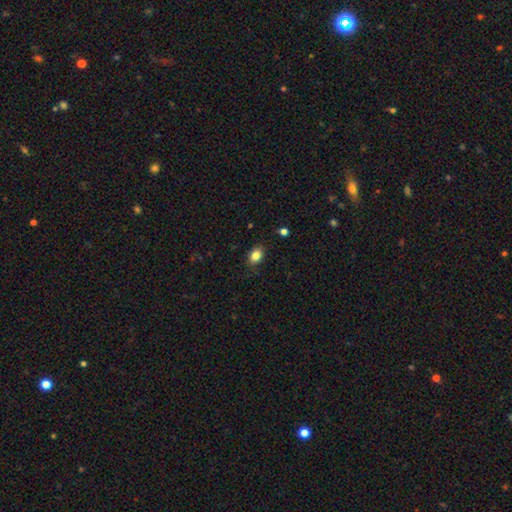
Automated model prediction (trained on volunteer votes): Overall: smooth (84%). How rounded: in between (74%). Merging: none (83%).